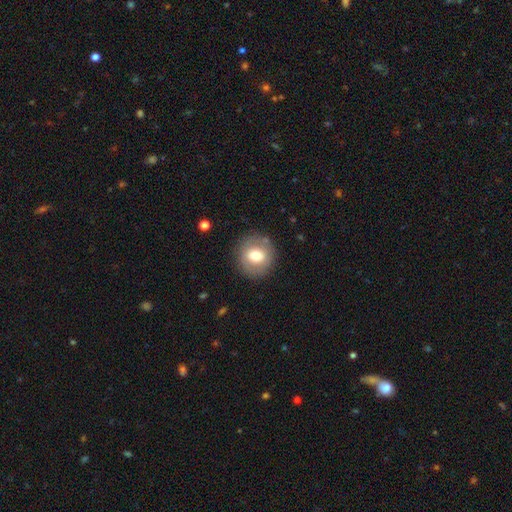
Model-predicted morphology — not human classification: smooth 67%, featured or disk 24%, star or artifact 8%. Down the decision tree: how rounded — round (87%); merging — none (84%).